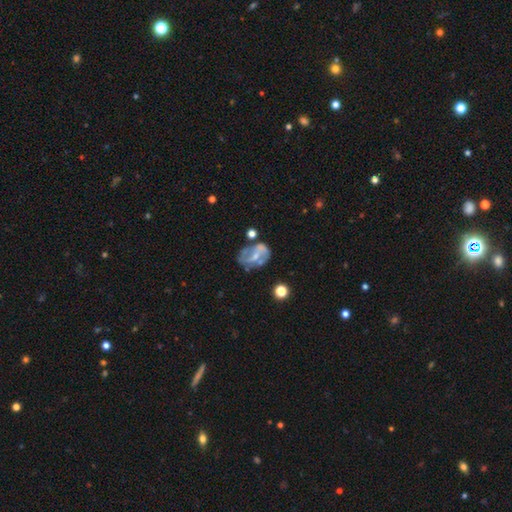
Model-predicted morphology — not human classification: The model was most divided on "bar": weak: 39%, no: 31%, strong: 30%. More confident: edge-on disk — no (96%); smooth or featured — featured or disk (70%); spiral arms — yes (70%); bulge size — small (59%); merging — none (51%).